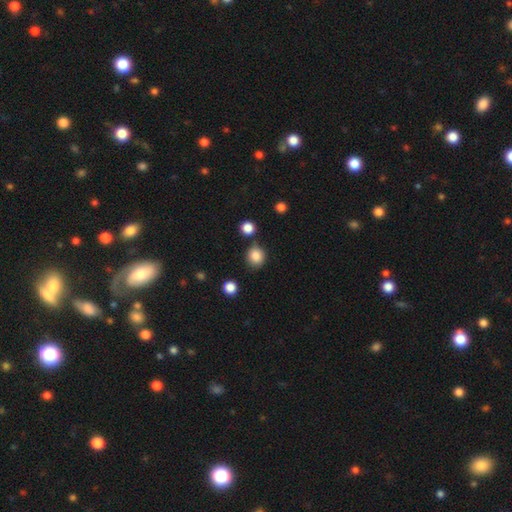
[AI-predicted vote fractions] Overall: smooth (85%). How rounded: round (85%). Merging: none (79%).